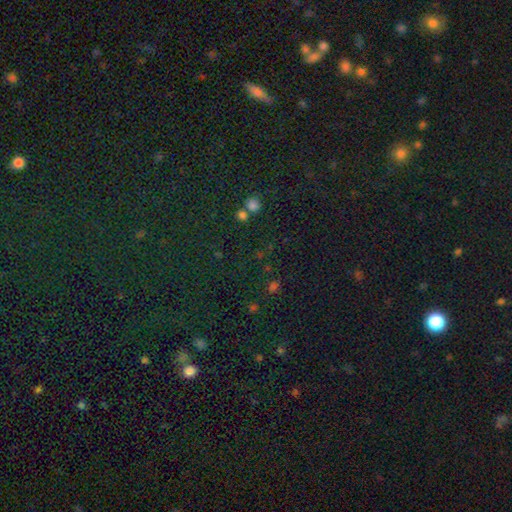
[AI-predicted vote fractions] Smooth or featured? Predicted: star or artifact (p=0.71).